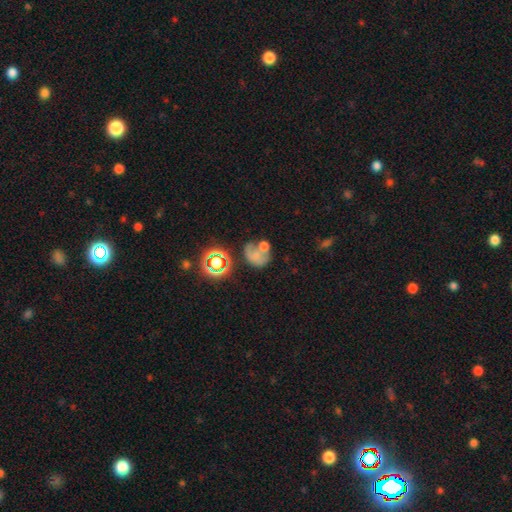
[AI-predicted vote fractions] Morphology: type=smooth (52%); roundness=round (56%); merging=merger (36%).